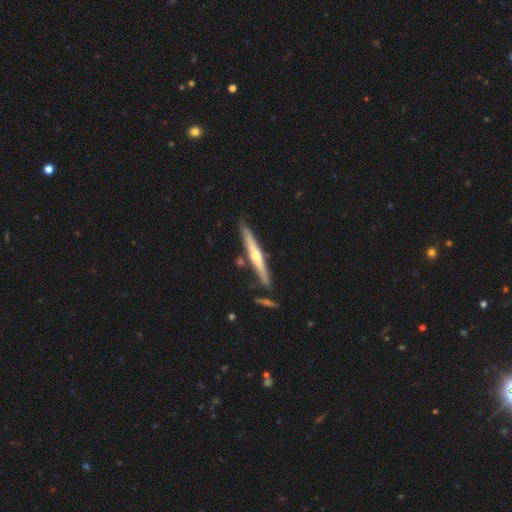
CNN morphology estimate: Smooth or featured: featured or disk — 69% (smooth — 26%)
Edge-on disk: yes — 96% (no — 4%)
Edge-on bulge: rounded — 83% (none — 14%)
Merging: none — 82% (minor disturbance — 10%)